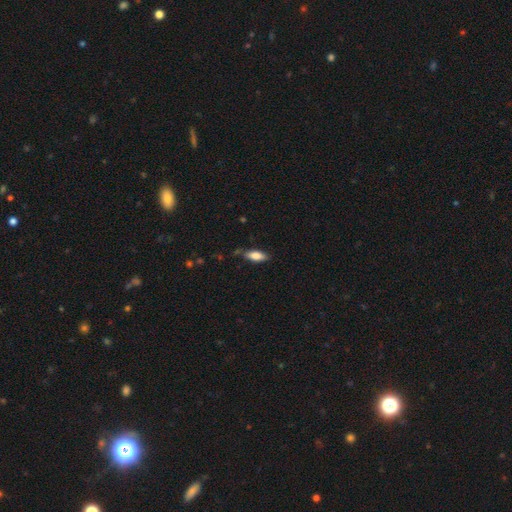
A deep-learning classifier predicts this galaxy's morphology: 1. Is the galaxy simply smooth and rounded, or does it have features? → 80% smooth, 14% featured or disk, 7% star or artifact.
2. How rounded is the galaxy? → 76% in between, 21% cigar-shaped, 2% round.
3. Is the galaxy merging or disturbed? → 73% none, 20% minor disturbance, 4% major disturbance, 3% merger.